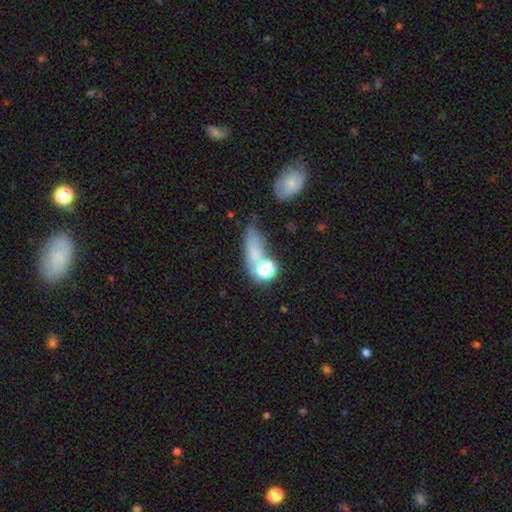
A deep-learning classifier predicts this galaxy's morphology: smooth 63%, star or artifact 23%, featured or disk 14%. Down the decision tree: how rounded — in between (58%); merging — none (50%).